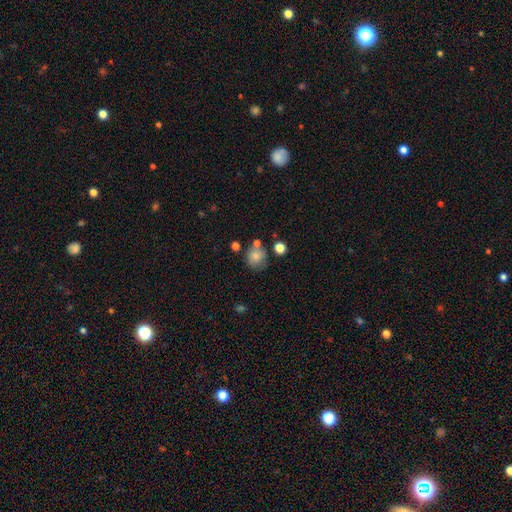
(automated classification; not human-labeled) Q: Smooth or featured?
A: smooth (79%); runner-up: star or artifact (11%)
Q: How rounded?
A: round (84%); runner-up: in between (15%)
Q: Merging?
A: none (64%); runner-up: minor disturbance (16%)